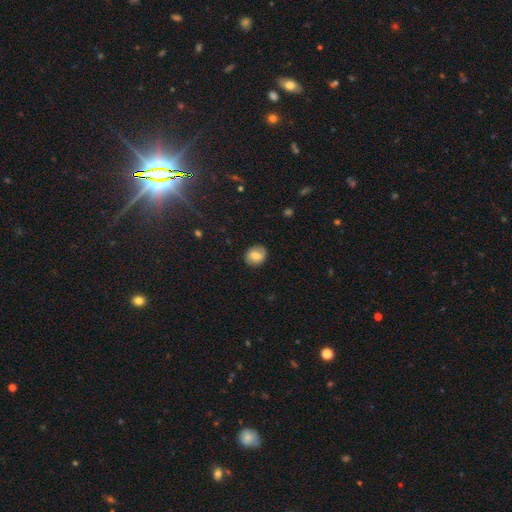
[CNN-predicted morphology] smooth-or-featured: smooth: 67% | featured or disk: 25% | star or artifact: 8%
  how-rounded: round: 62% | in between: 36% | cigar-shaped: 1%
  merging: none: 85% | minor disturbance: 11% | major disturbance: 3% | merger: 1%